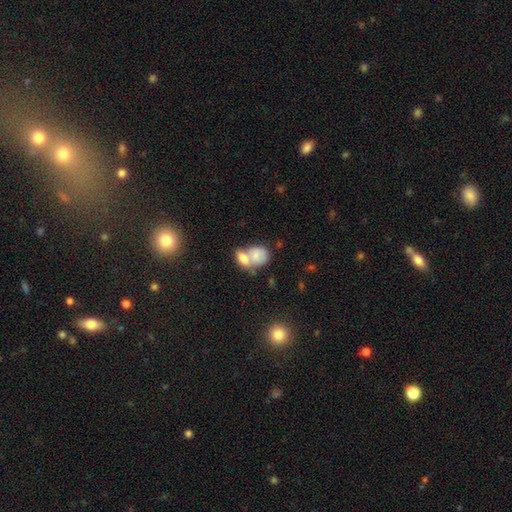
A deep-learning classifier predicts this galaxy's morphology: A smooth galaxy with no disk features (73%) that is in between round and cigar-shaped (67%). Merging: merger (69%).